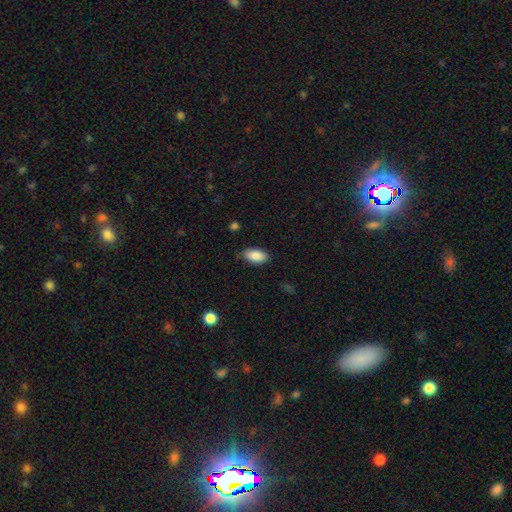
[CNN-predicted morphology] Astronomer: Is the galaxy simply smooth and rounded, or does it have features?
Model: smooth — 88%.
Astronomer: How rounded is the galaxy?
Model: in between — 93%.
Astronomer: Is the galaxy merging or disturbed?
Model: none — 81%.